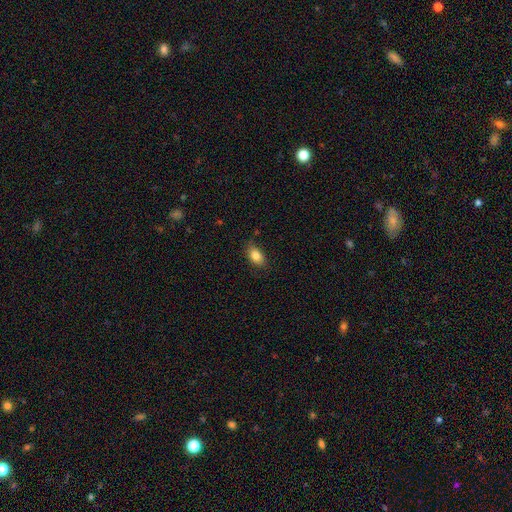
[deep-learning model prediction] Smooth or featured: smooth — 84% (star or artifact — 8%)
How rounded: in between — 88% (round — 10%)
Merging: none — 81% (minor disturbance — 15%)